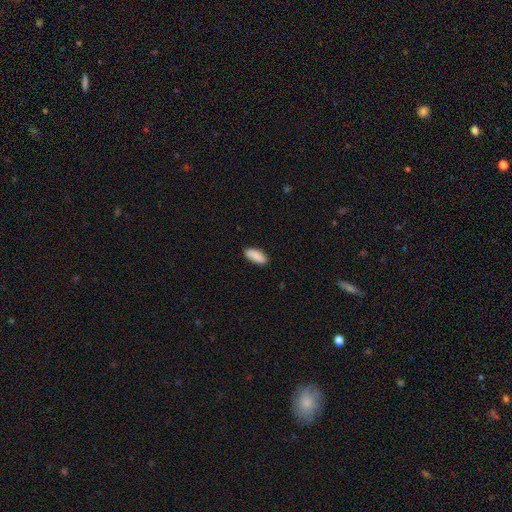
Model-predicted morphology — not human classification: Smooth or featured?
  - smooth: 89% *
  - star or artifact: 6%
  - featured or disk: 4%
How rounded?
  - in between: 81% *
  - cigar-shaped: 17%
  - round: 2%
Merging?
  - none: 86% *
  - minor disturbance: 11%
  - major disturbance: 2%
  - merger: 1%